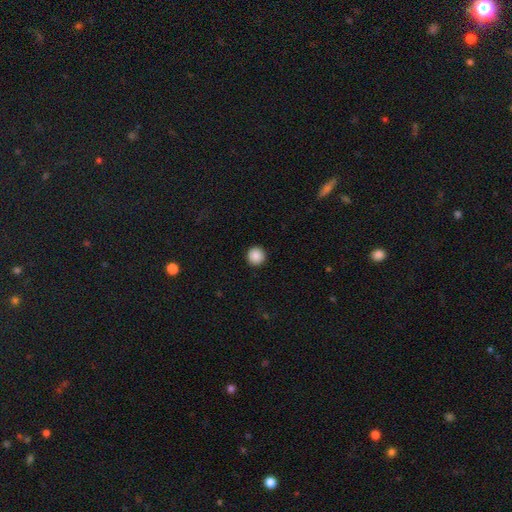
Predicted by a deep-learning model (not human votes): Morphology: type=smooth (89%); roundness=round (95%); merging=none (93%).